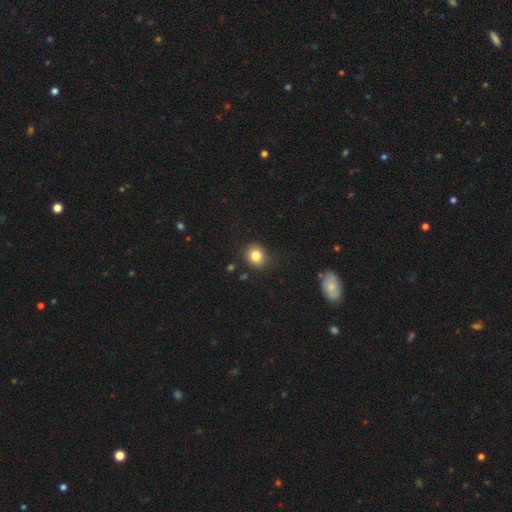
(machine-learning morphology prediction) type=smooth (82%); roundness=round (73%); merging=none (83%).